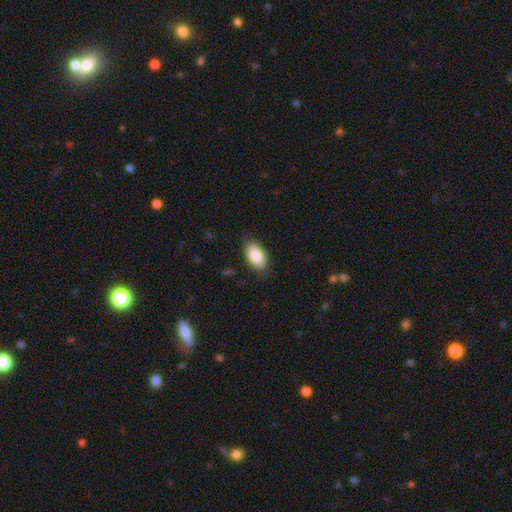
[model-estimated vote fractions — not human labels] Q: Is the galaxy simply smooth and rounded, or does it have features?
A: smooth — 86%.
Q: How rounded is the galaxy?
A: in between — 94%.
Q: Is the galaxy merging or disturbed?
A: none — 85%.